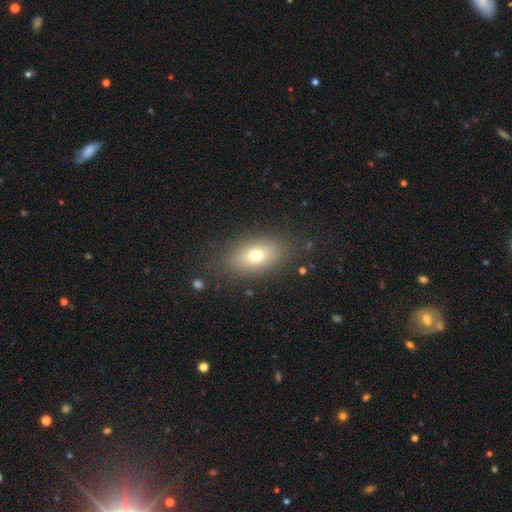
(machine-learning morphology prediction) The model was most divided on "smooth or featured": smooth: 71%, featured or disk: 17%, star or artifact: 12%. More confident: merging — none (84%); how rounded — in between (83%).